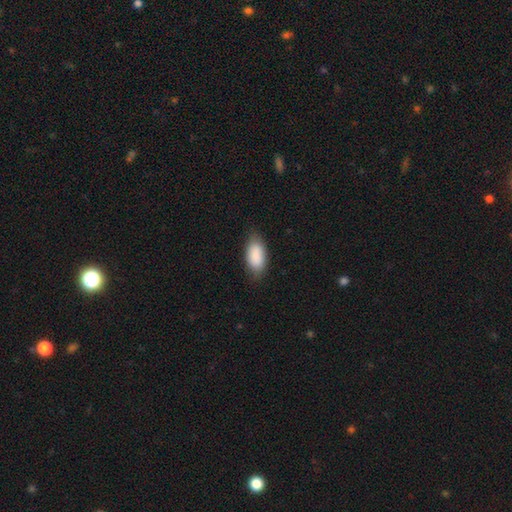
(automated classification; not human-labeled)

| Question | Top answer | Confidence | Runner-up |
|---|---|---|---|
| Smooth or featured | smooth | 89% | star or artifact (6%) |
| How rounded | in between | 92% | cigar-shaped (5%) |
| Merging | none | 77% | minor disturbance (19%) |